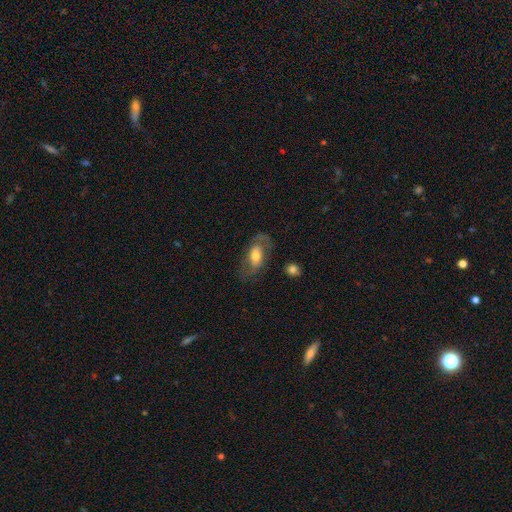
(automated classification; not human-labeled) Smooth or featured: featured or disk — 50% (smooth — 43%)
Merging: none — 61% (minor disturbance — 20%)